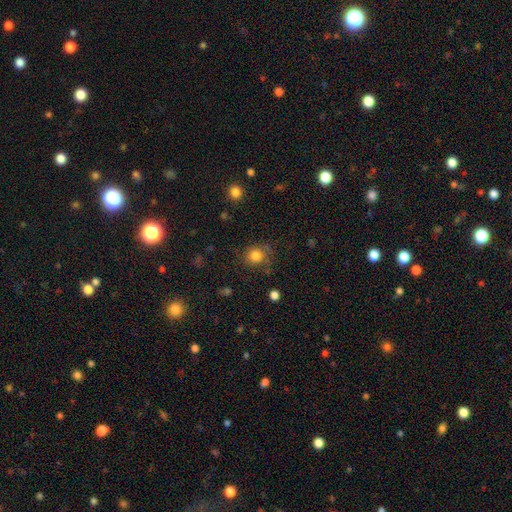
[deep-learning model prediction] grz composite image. It shows a smooth galaxy with no disk features (81%) that is round (84%). Merging: none (72%).